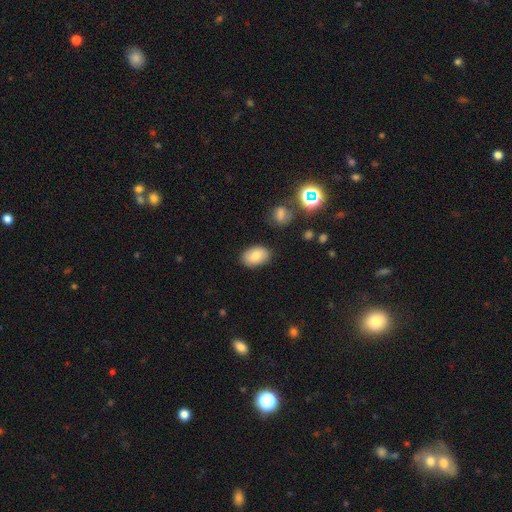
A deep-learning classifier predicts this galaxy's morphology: Smooth or featured? smooth (81%)
How rounded? in between (90%)
Merging? none (84%)